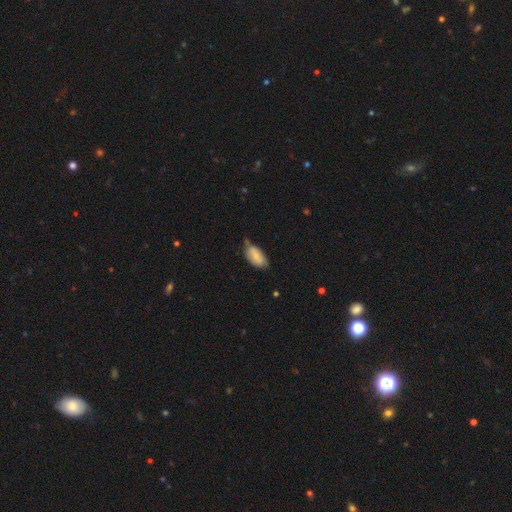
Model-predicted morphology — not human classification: Smooth or featured? smooth (74%)
How rounded? in between (93%)
Merging? none (49%)